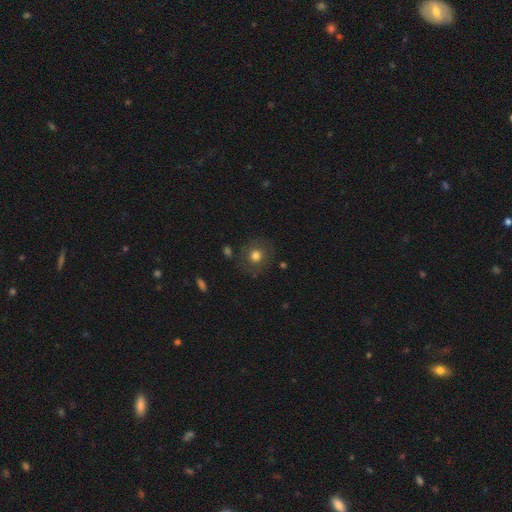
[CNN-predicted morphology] Smooth or featured?
  - smooth: 68% *
  - featured or disk: 20%
  - star or artifact: 12%
How rounded?
  - round: 88% *
  - in between: 11%
  - cigar-shaped: 1%
Merging?
  - none: 81% *
  - minor disturbance: 11%
  - major disturbance: 5%
  - merger: 2%